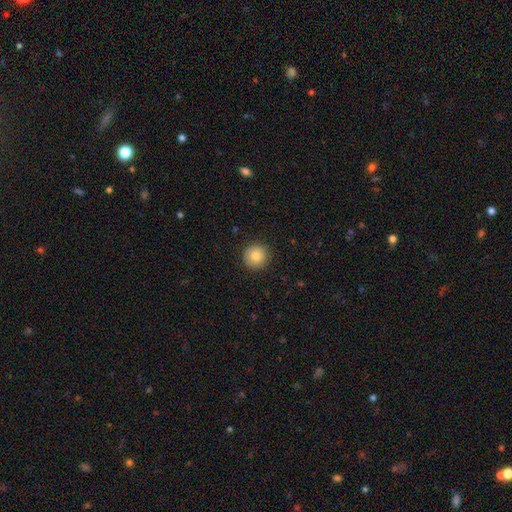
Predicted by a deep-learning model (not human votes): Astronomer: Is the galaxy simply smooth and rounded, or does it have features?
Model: smooth — 82%.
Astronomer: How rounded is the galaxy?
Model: round — 95%.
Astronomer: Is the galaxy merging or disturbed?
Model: none — 91%.